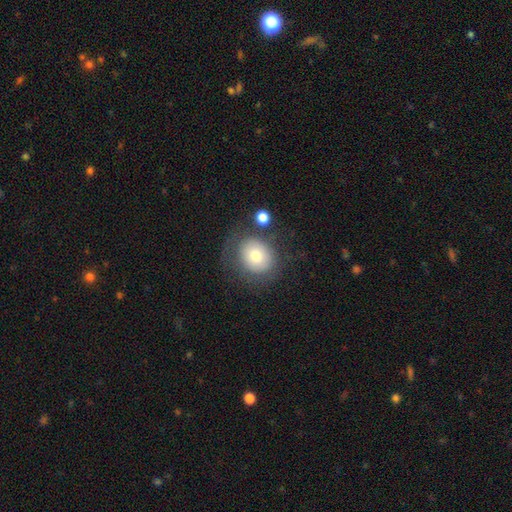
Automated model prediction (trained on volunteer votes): Smooth or featured?
  - smooth: 73% *
  - featured or disk: 18%
  - star or artifact: 9%
How rounded?
  - round: 74% *
  - in between: 25%
  - cigar-shaped: 1%
Merging?
  - none: 67% *
  - minor disturbance: 16%
  - major disturbance: 10%
  - merger: 7%